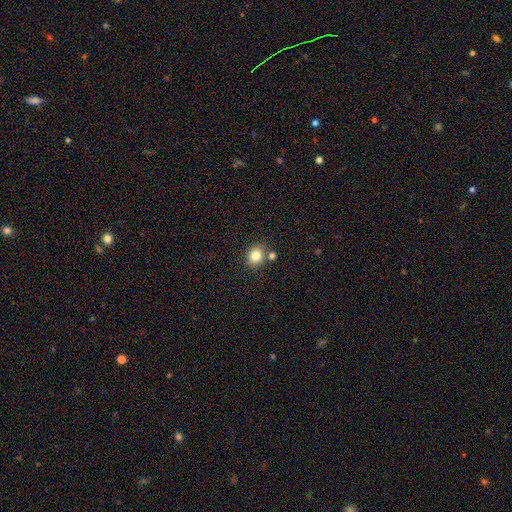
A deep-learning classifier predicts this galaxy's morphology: A smooth galaxy with no disk features (82%) that is round (73%).

Vote fractions:
- Smooth or featured? smooth: 82% / star or artifact: 11% / featured or disk: 7%
- How rounded? round: 73% / in between: 26% / cigar-shaped: 1%
- Merging? none: 74% / merger: 15% / minor disturbance: 9% / major disturbance: 2%